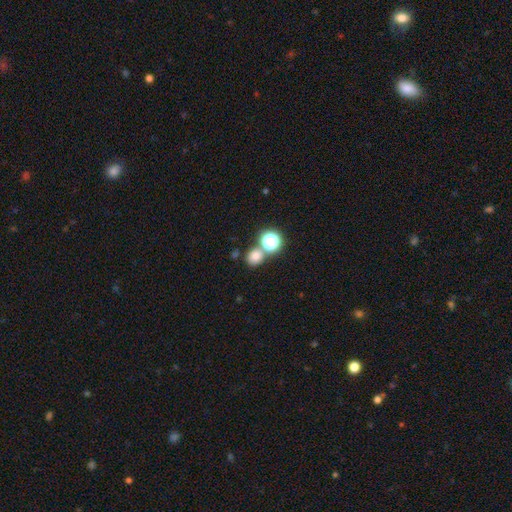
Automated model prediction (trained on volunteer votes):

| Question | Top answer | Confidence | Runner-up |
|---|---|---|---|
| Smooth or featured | smooth | 74% | star or artifact (20%) |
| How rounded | round | 77% | in between (22%) |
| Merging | none | 66% | merger (23%) |